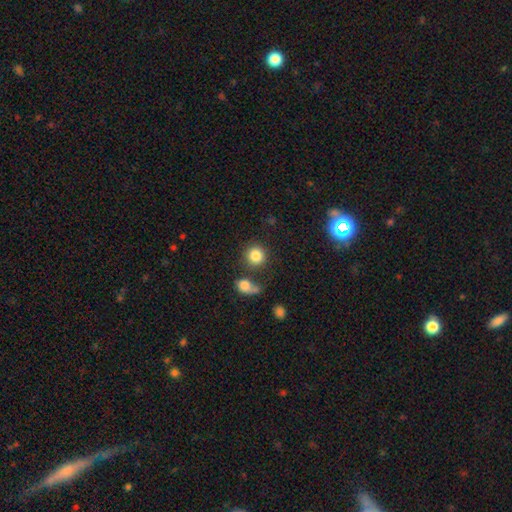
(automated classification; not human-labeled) Smooth or featured?
  - smooth: 84% *
  - star or artifact: 10%
  - featured or disk: 6%
How rounded?
  - round: 90% *
  - in between: 9%
  - cigar-shaped: 1%
Merging?
  - none: 71% *
  - merger: 14%
  - minor disturbance: 10%
  - major disturbance: 5%